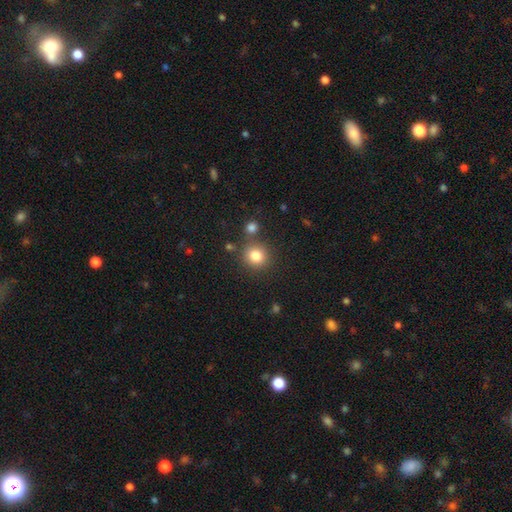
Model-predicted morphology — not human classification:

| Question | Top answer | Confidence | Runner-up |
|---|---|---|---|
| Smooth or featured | smooth | 82% | star or artifact (12%) |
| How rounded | round | 89% | in between (10%) |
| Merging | none | 77% | merger (10%) |